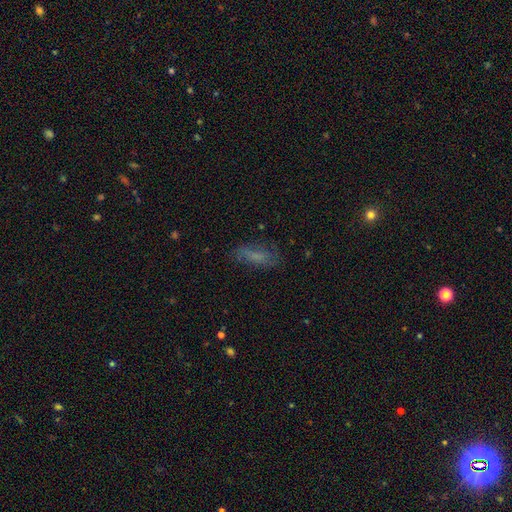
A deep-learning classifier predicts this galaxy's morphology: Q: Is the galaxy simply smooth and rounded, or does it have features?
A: smooth — 60%.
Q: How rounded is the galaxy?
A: in between — 60%.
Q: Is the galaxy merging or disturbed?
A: none — 67%.